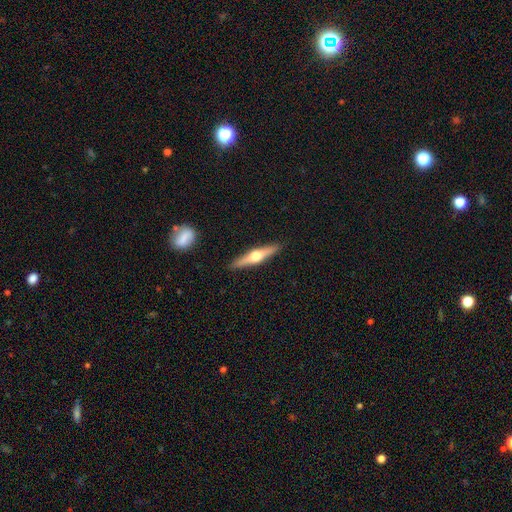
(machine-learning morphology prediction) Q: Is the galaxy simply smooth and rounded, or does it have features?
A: featured or disk — 66%.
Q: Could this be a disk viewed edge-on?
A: yes — 97%.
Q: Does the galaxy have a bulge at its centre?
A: rounded — 95%.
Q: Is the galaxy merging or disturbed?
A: none — 91%.